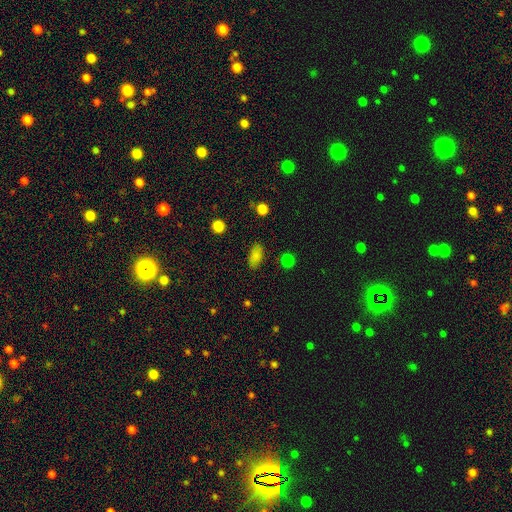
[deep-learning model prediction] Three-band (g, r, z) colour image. It shows a smooth galaxy with no disk features (82%) that is in between round and cigar-shaped (89%). Merging: none (83%).